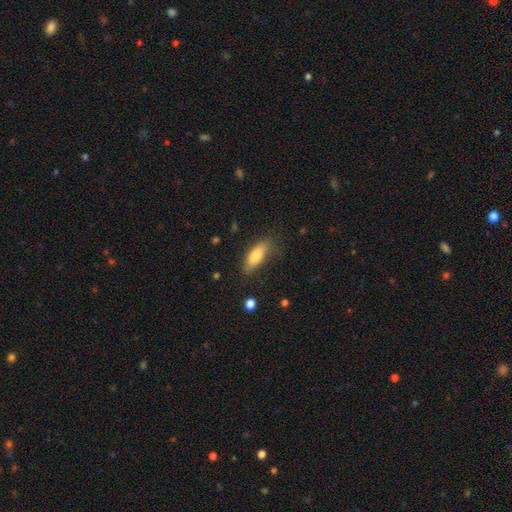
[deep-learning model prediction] The model was most divided on "how rounded": in between: 65%, cigar-shaped: 32%, round: 2%. More confident: smooth or featured — smooth (79%); merging — none (75%).